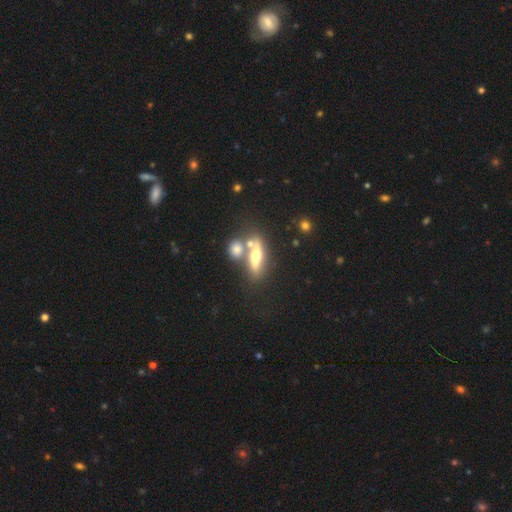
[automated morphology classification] Smooth or featured? Predicted: featured or disk (p=0.47). Merging? Predicted: none (p=0.48).